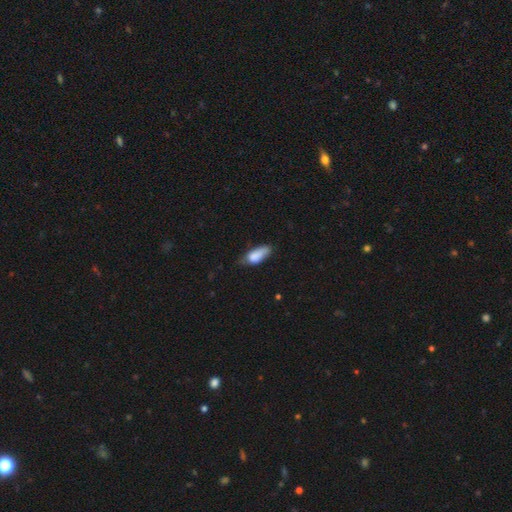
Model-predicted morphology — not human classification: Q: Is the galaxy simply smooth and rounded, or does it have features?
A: smooth — 83%.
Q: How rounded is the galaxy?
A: in between — 83%.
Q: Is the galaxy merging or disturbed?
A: none — 43%.